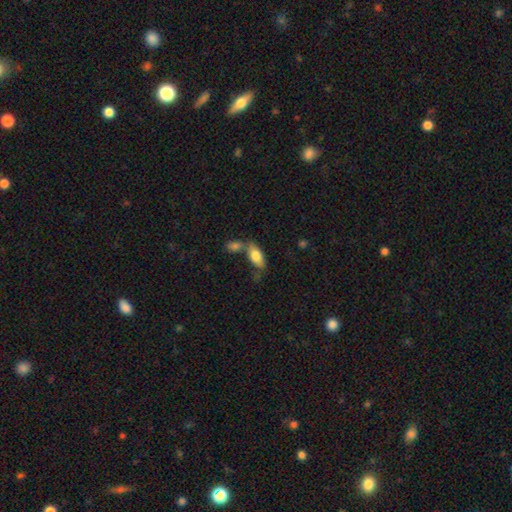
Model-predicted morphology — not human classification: smooth 77%, featured or disk 17%, star or artifact 6%. Down the decision tree: how rounded — in between (86%); merging — none (45%).